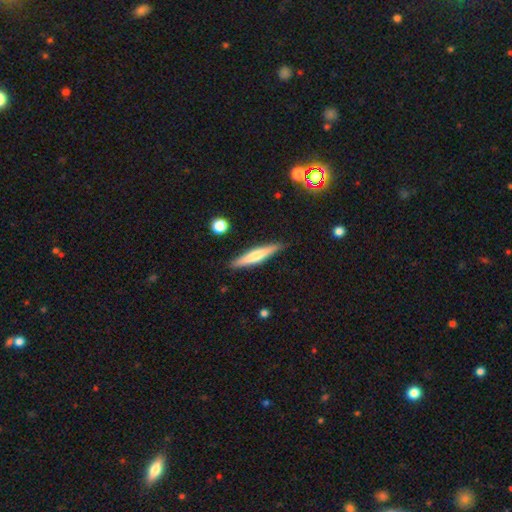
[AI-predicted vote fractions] Smooth or featured: smooth — 54% (featured or disk — 40%)
How rounded: cigar-shaped — 91% (in between — 8%)
Merging: none — 88% (minor disturbance — 9%)